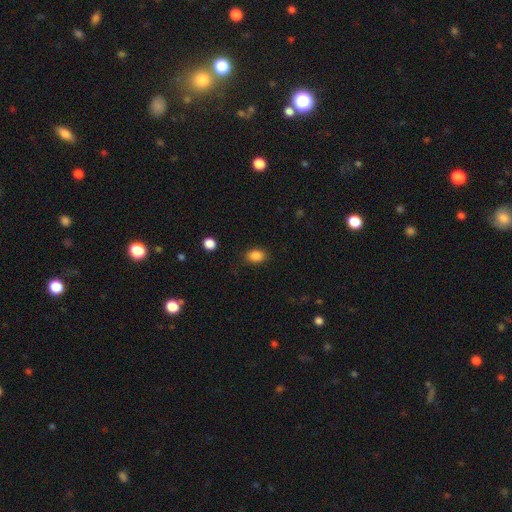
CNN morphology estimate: This is clearly a smooth galaxy (86%). How rounded: likely in between (73%). Merging: clearly none (85%).